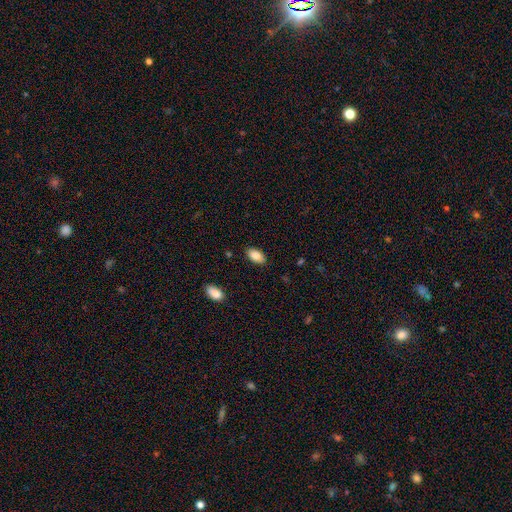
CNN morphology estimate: Overall: smooth (87%). How rounded: in between (94%). Merging: none (87%).